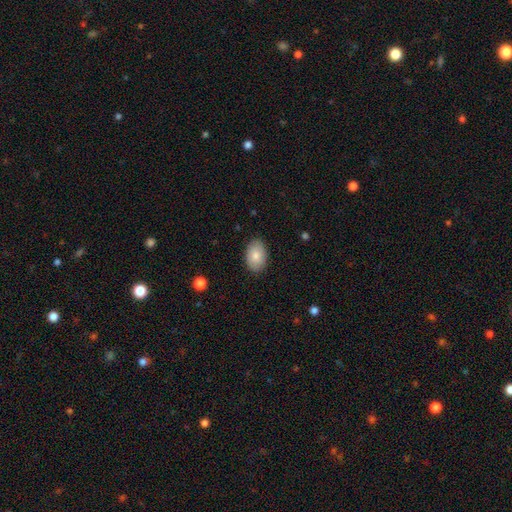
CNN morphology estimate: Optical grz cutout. It shows a smooth galaxy with no disk features (82%) that is in between round and cigar-shaped (89%). Merging: none (87%).